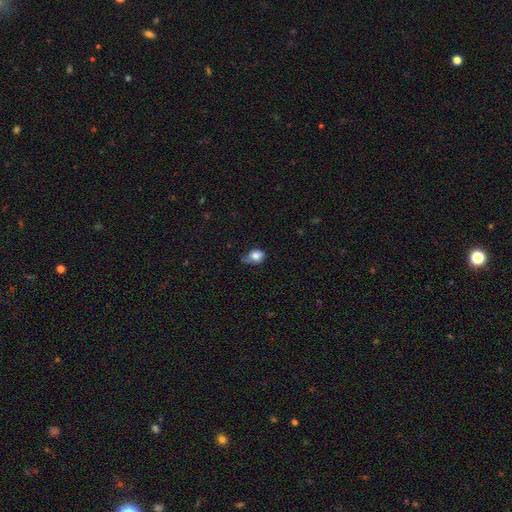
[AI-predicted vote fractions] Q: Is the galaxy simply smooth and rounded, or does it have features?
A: smooth — 79%.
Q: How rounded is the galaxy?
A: in between — 67%.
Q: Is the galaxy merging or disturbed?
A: minor disturbance — 45%.